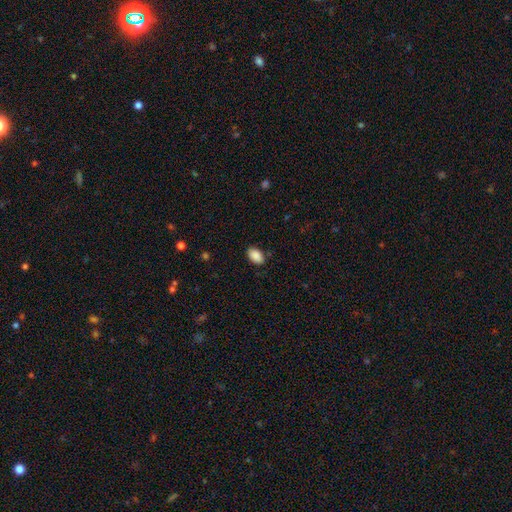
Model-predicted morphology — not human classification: Smooth or featured? smooth (90%)
How rounded? in between (93%)
Merging? none (85%)